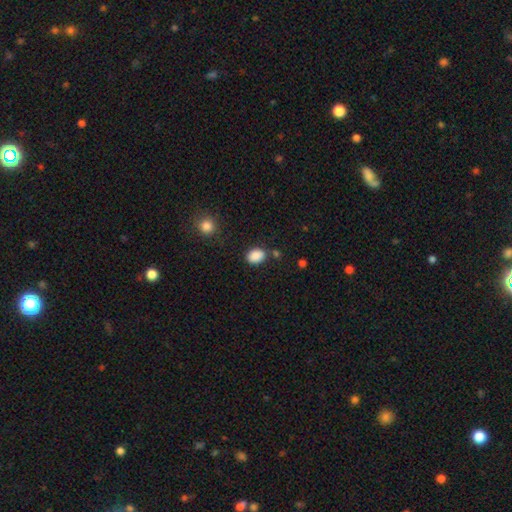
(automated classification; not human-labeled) smooth 88%, star or artifact 8%, featured or disk 3%. Down the decision tree: how rounded — in between (71%); merging — none (79%).